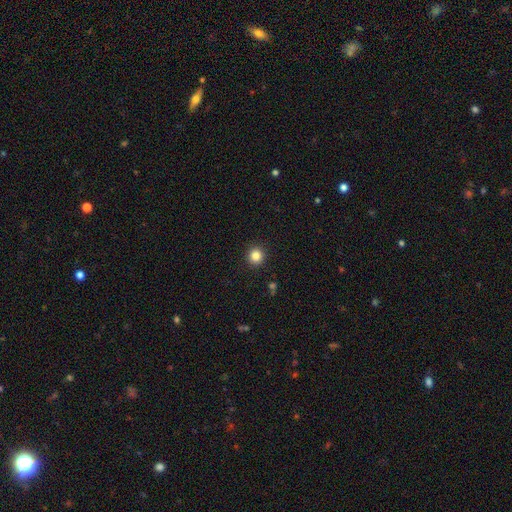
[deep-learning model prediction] The model was most divided on "smooth or featured": smooth: 84%, star or artifact: 11%, featured or disk: 5%. More confident: how rounded — round (94%); merging — none (93%).